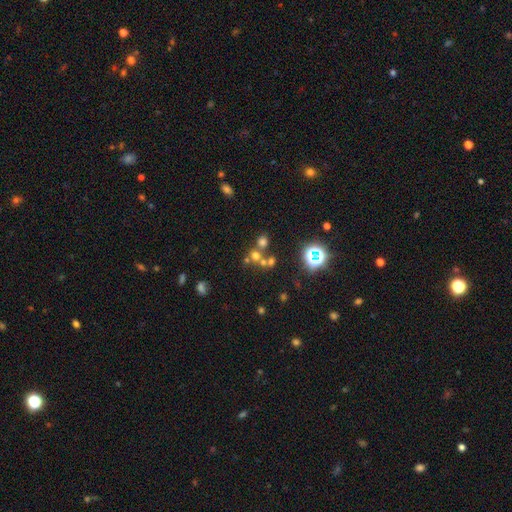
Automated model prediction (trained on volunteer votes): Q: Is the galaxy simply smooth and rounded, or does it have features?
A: smooth — 51%.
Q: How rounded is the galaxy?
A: round — 86%.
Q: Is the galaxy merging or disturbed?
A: none — 51%.